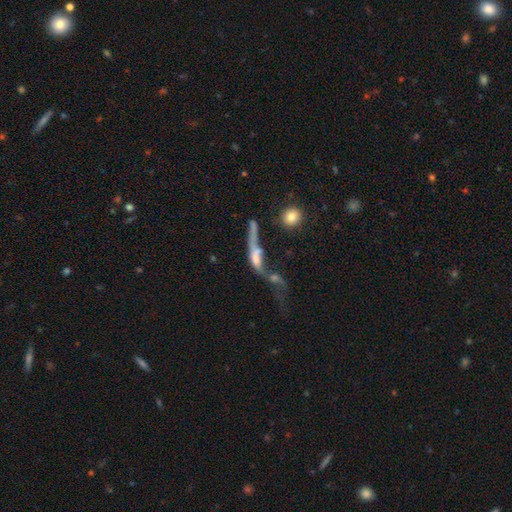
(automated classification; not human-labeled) Smooth or featured: featured or disk — 49% (smooth — 38%)
Merging: merger — 50% (major disturbance — 28%)